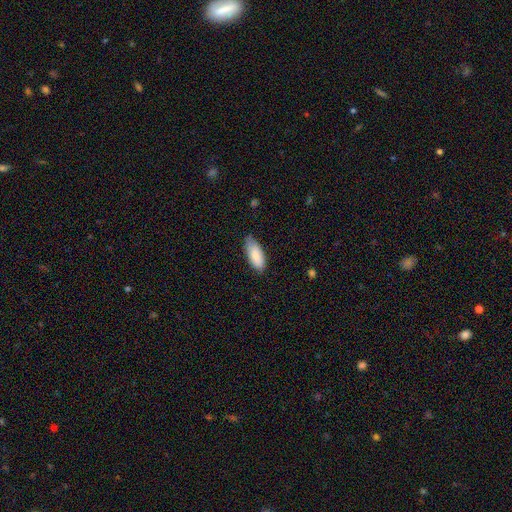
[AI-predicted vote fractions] The model was most divided on "merging": none: 73%, minor disturbance: 23%, major disturbance: 3%, merger: 1%. More confident: smooth or featured — smooth (86%); how rounded — in between (82%).